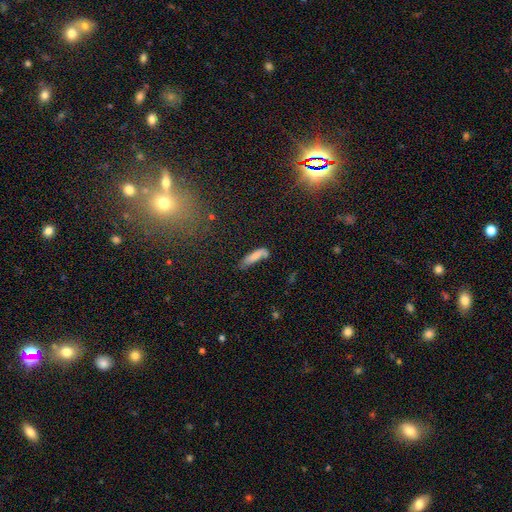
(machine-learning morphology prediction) Q: Smooth or featured?
A: smooth (75%); runner-up: featured or disk (16%)
Q: How rounded?
A: cigar-shaped (66%); runner-up: in between (32%)
Q: Merging?
A: none (49%); runner-up: minor disturbance (27%)